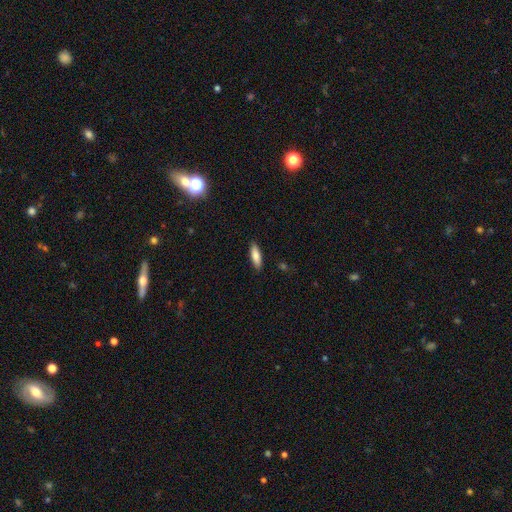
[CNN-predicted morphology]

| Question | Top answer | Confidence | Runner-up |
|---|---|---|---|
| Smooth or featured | smooth | 81% | featured or disk (13%) |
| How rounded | in between | 51% | cigar-shaped (48%) |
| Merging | none | 89% | minor disturbance (9%) |